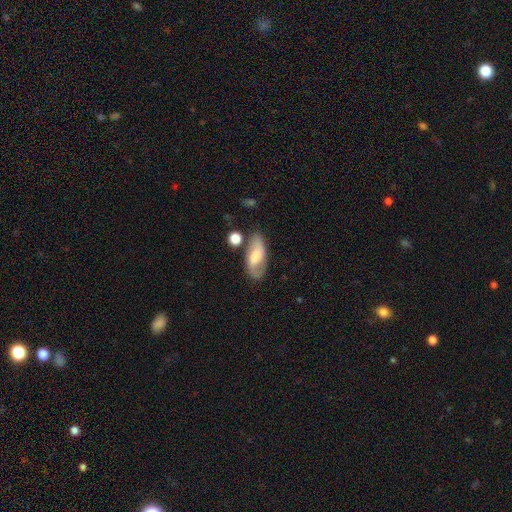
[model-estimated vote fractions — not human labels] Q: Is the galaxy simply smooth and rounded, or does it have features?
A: smooth — 48%.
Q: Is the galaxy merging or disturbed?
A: none — 69%.